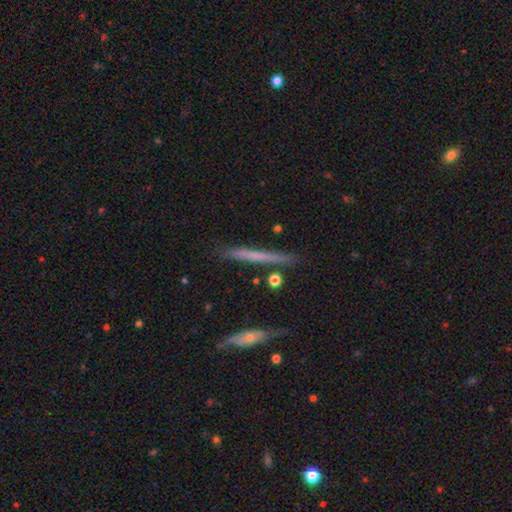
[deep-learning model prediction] A smooth galaxy with no disk features (50%).

Vote fractions:
- Smooth or featured? smooth: 50% / featured or disk: 44% / star or artifact: 6%
- Merging? none: 86% / minor disturbance: 10% / merger: 2% / major disturbance: 2%